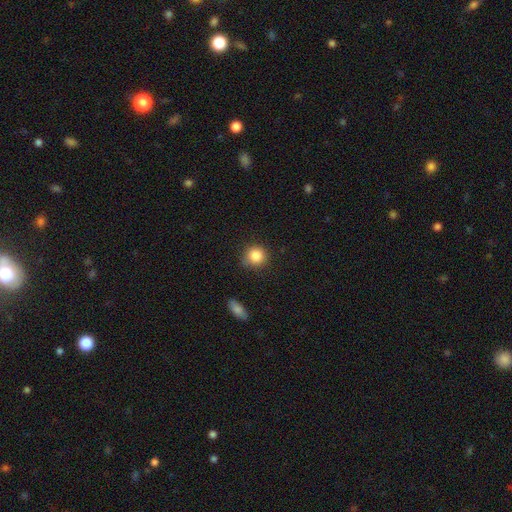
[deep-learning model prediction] Q: Smooth or featured?
A: smooth (86%); runner-up: star or artifact (10%)
Q: How rounded?
A: round (89%); runner-up: in between (10%)
Q: Merging?
A: none (77%); runner-up: minor disturbance (17%)